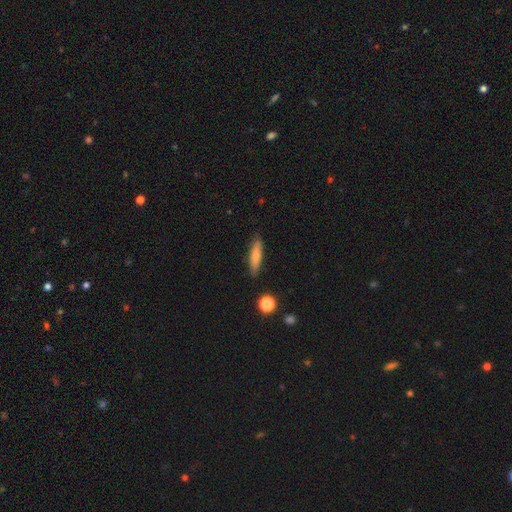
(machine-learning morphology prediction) smooth_or_featured: smooth (p=0.75) [alt: featured or disk p=0.18]
how_rounded: cigar-shaped (p=0.76) [alt: in between p=0.22]
merging: none (p=0.83) [alt: minor disturbance p=0.12]